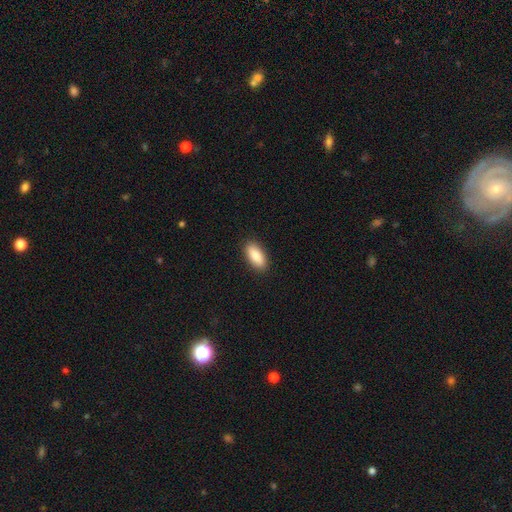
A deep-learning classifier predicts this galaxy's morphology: Smooth or featured: smooth — 89% (star or artifact — 6%)
How rounded: in between — 88% (cigar-shaped — 10%)
Merging: none — 90% (minor disturbance — 8%)